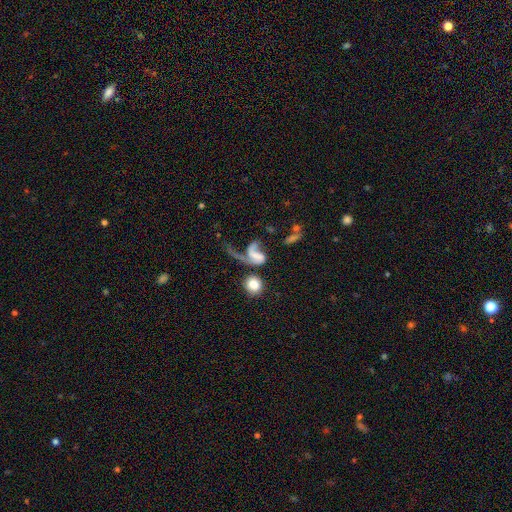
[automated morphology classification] Overall: featured or disk (65%). Edge-on disk: no (96%). Bar: no (50%; weak 28%). Spiral arms: yes (80%). Spiral arm count: 2 (46%, tied with 1). Spiral winding: loose (75%). Bulge size: none (48%; small 24%). Merging: major disturbance (47%; none 22%).